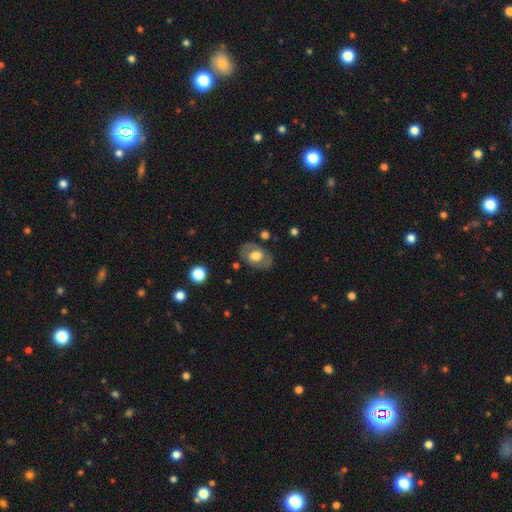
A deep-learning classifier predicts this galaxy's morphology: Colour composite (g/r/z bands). It shows a smooth galaxy with no disk features (49%). Merging: none (78%).